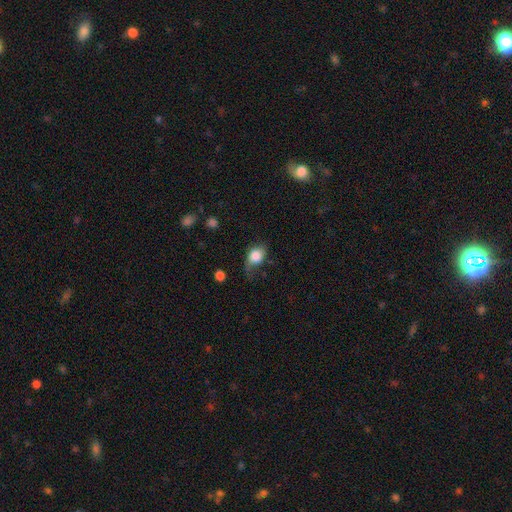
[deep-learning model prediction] smooth-or-featured: smooth: 76% | featured or disk: 15% | star or artifact: 8%
  how-rounded: in between: 58% | round: 40% | cigar-shaped: 2%
  merging: minor disturbance: 37% | none: 36% | major disturbance: 24% | merger: 3%